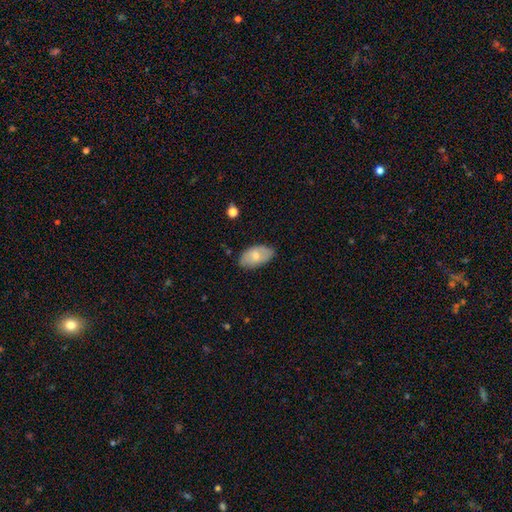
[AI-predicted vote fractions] Smooth or featured?
  - smooth: 68% *
  - featured or disk: 25%
  - star or artifact: 6%
How rounded?
  - in between: 94% *
  - round: 5%
  - cigar-shaped: 2%
Merging?
  - none: 80% *
  - minor disturbance: 16%
  - major disturbance: 3%
  - merger: 1%